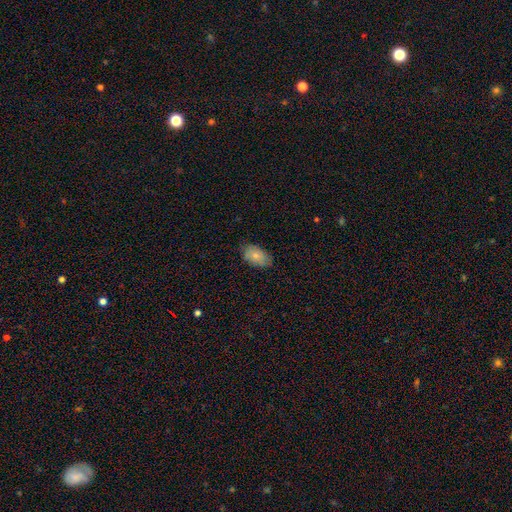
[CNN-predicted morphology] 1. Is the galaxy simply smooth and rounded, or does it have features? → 79% smooth, 15% featured or disk, 7% star or artifact.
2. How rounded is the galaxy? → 93% in between, 6% round, 2% cigar-shaped.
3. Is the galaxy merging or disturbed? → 75% none, 20% minor disturbance, 4% major disturbance, 1% merger.